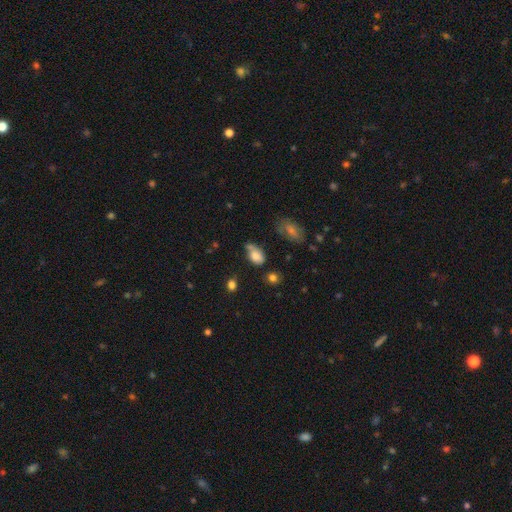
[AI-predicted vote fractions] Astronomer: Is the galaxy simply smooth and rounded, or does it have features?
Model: smooth — 76%.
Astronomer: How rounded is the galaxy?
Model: in between — 85%.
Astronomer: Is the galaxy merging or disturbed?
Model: minor disturbance — 37% (runner-up: none, 34%).